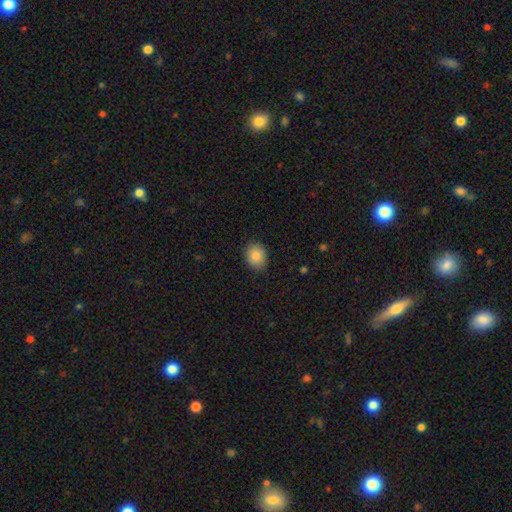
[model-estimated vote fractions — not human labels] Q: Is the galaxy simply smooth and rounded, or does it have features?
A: smooth — 85%.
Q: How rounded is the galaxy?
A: round — 58%.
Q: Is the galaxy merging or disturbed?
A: none — 86%.